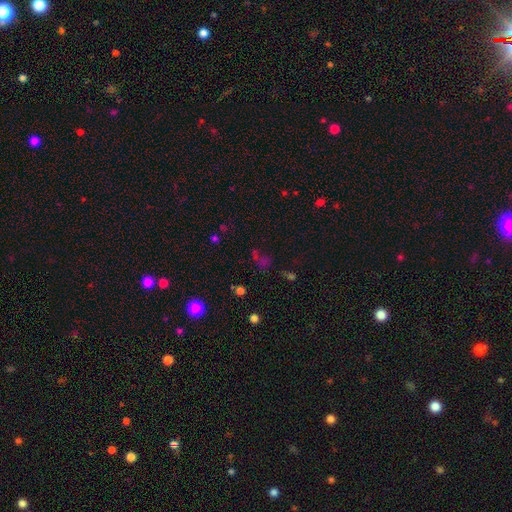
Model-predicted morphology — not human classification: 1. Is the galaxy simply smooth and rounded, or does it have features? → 46% star or artifact, 41% smooth, 13% featured or disk.